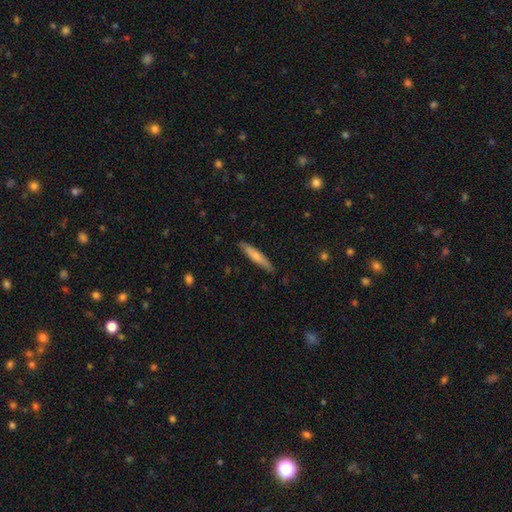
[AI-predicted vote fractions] Smooth or featured?
  - smooth: 68% *
  - featured or disk: 27%
  - star or artifact: 5%
How rounded?
  - cigar-shaped: 90% *
  - in between: 9%
  - round: 1%
Merging?
  - none: 87% *
  - minor disturbance: 10%
  - major disturbance: 2%
  - merger: 1%